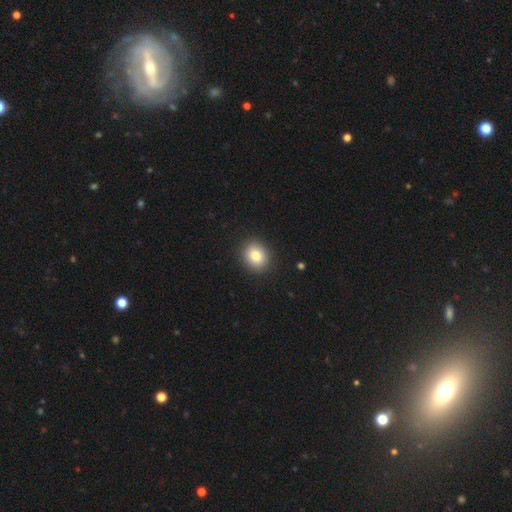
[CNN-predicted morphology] Smooth or featured? smooth (83%)
How rounded? round (65%)
Merging? none (91%)